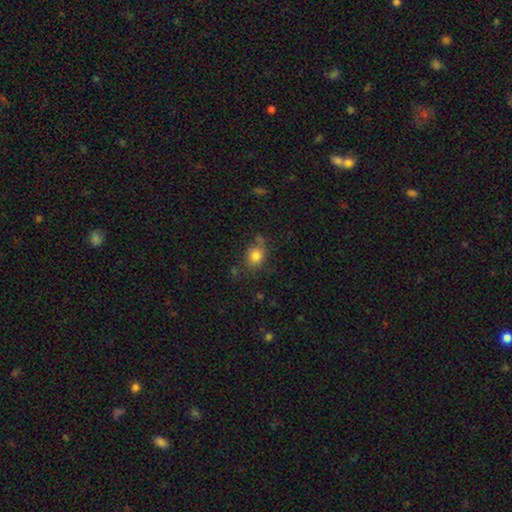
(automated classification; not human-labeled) Smooth or featured?
  - smooth: 79% *
  - star or artifact: 10%
  - featured or disk: 10%
How rounded?
  - round: 50% *
  - in between: 48%
  - cigar-shaped: 1%
Merging?
  - none: 58% *
  - minor disturbance: 26%
  - major disturbance: 10%
  - merger: 6%